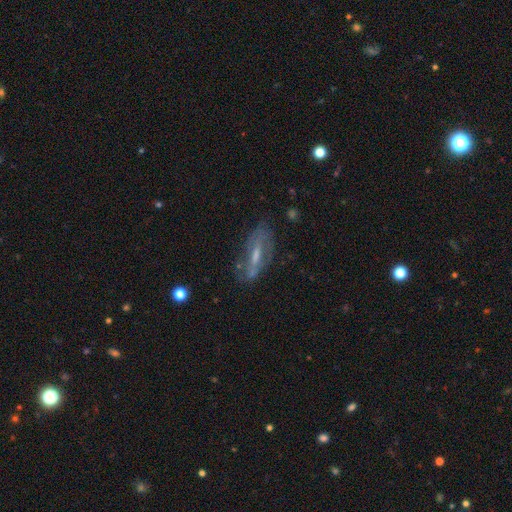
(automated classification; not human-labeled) This appears to be a featured or disk galaxy (65%). Merging: none (65%).